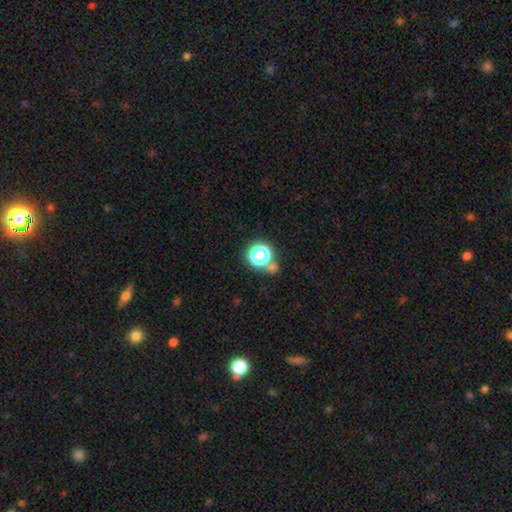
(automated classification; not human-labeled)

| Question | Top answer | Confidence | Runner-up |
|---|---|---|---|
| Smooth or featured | smooth | 52% | star or artifact (40%) |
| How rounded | round | 85% | in between (14%) |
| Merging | none | 66% | merger (19%) |